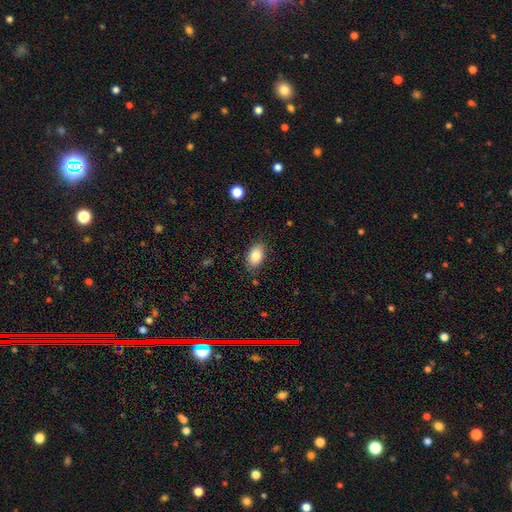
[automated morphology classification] Smooth or featured?
  - smooth: 86% *
  - star or artifact: 7%
  - featured or disk: 7%
How rounded?
  - in between: 91% *
  - round: 7%
  - cigar-shaped: 2%
Merging?
  - none: 82% *
  - minor disturbance: 13%
  - major disturbance: 3%
  - merger: 1%